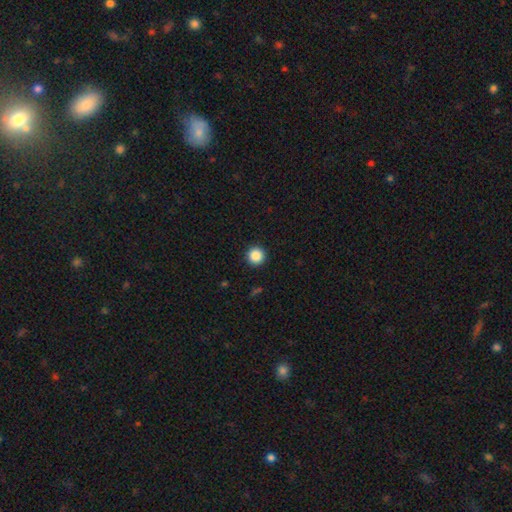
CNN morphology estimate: Smooth or featured? Predicted: smooth (p=0.87). How rounded? Predicted: round (p=0.96). Merging? Predicted: none (p=0.93).